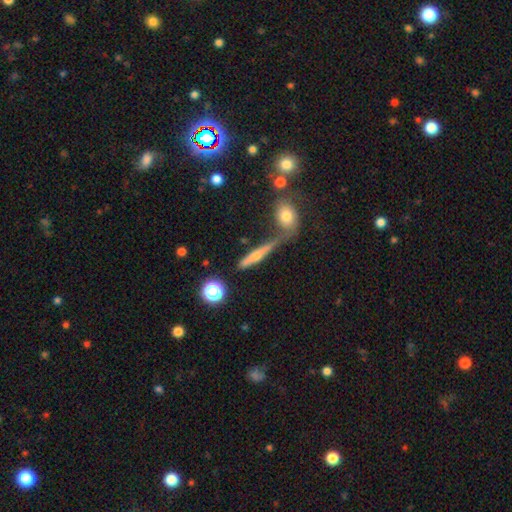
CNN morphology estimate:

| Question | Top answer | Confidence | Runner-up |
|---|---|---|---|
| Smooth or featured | smooth | 45% | featured or disk (44%) |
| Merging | none | 59% | merger (23%) |